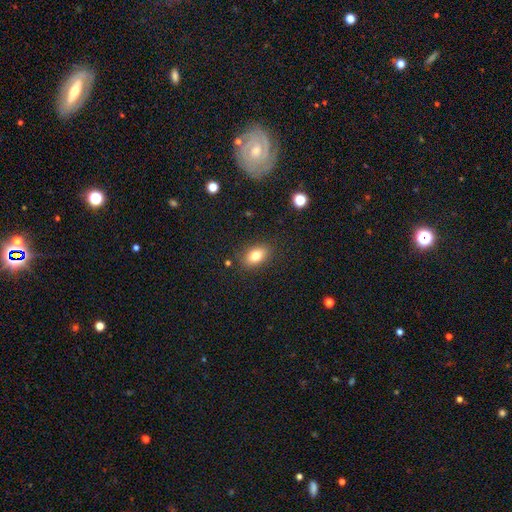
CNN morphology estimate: Overall: smooth (79%). How rounded: in between (85%). Merging: none (86%).